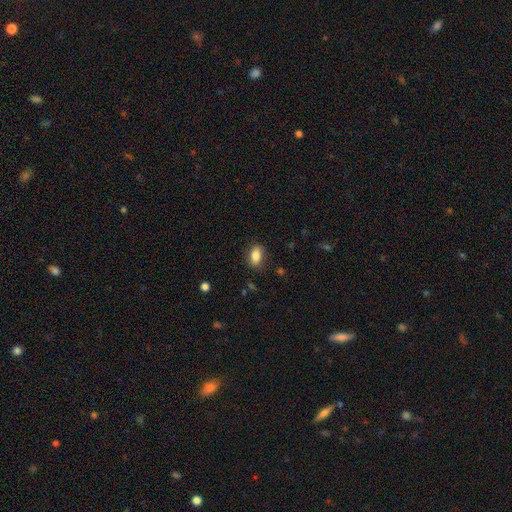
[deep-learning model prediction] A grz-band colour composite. It shows a smooth galaxy with no disk features (84%) that is in between round and cigar-shaped (87%). Merging: none (85%).